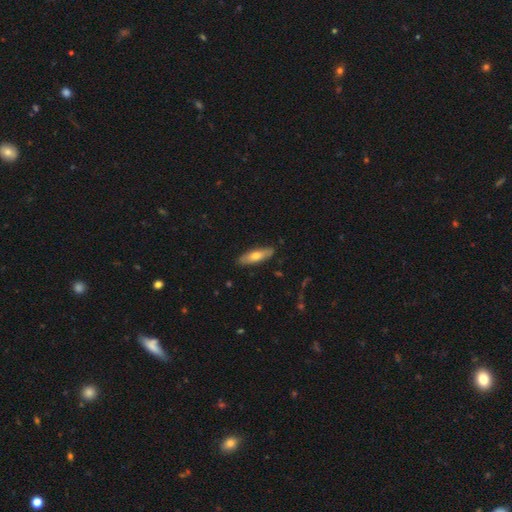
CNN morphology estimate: type=smooth (63%); roundness=cigar-shaped (54%); merging=none (87%).